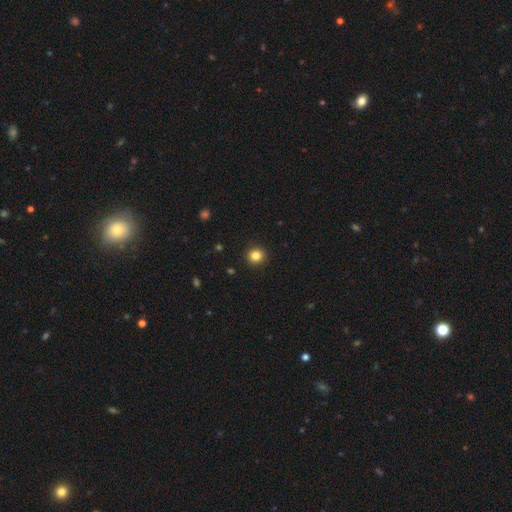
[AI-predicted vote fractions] Overall: smooth (84%). How rounded: round (91%). Merging: none (93%).